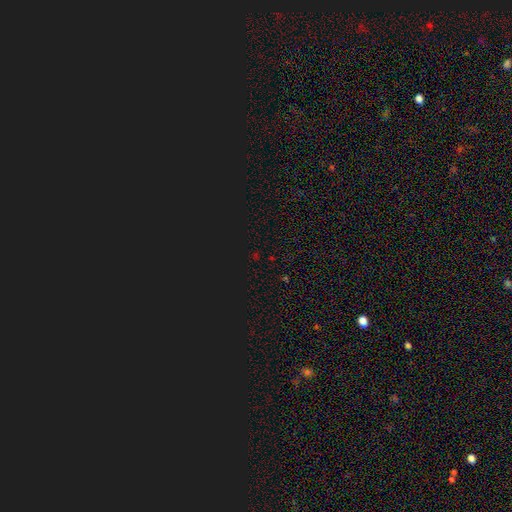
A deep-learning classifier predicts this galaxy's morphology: Smooth or featured: star or artifact — 76% (smooth — 18%)